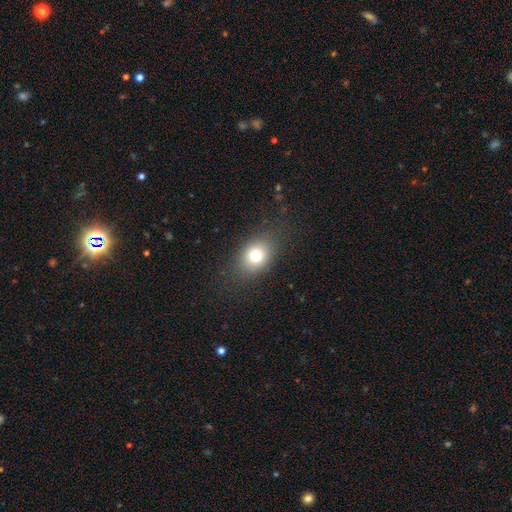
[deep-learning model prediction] This appears to be a smooth galaxy with no disk features (75%) that is in between round and cigar-shaped (57%). Merging: none (79%).